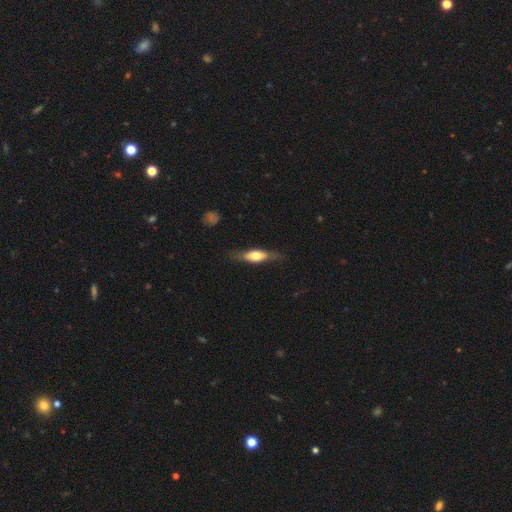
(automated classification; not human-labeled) Smooth or featured? Predicted: smooth (p=0.51). How rounded? Predicted: cigar-shaped (p=0.49). Merging? Predicted: none (p=0.76).